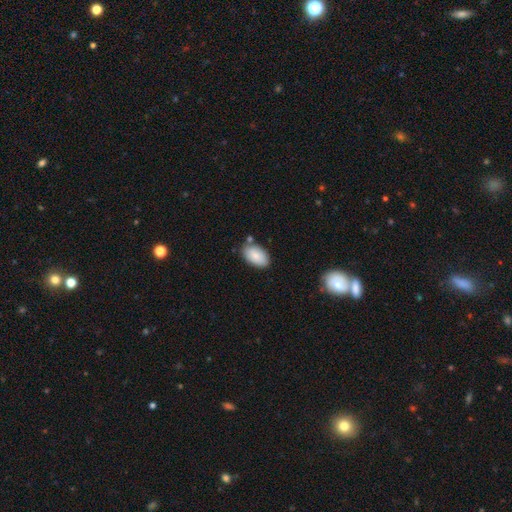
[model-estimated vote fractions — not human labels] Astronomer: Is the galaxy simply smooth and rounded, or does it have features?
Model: smooth — 86%.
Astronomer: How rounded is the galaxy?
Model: in between — 95%.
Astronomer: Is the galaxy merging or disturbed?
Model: none — 76%.